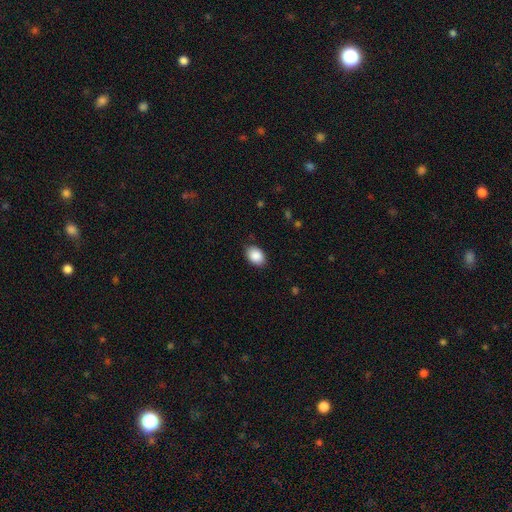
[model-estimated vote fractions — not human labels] A smooth galaxy with no disk features (89%) that is in between round and cigar-shaped (81%).

Vote fractions:
- Smooth or featured? smooth: 89% / star or artifact: 7% / featured or disk: 4%
- How rounded? in between: 81% / round: 18% / cigar-shaped: 1%
- Merging? none: 84% / minor disturbance: 12% / major disturbance: 3% / merger: 1%